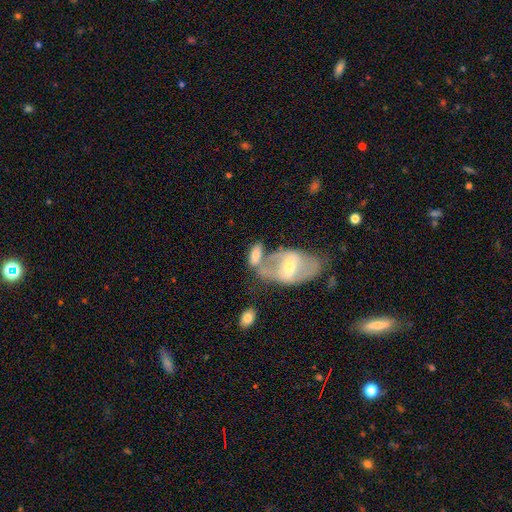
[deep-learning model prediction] Overall: smooth (50%; featured or disk 42%). How rounded: in between (86%). Merging: merger (45%; none 28%).